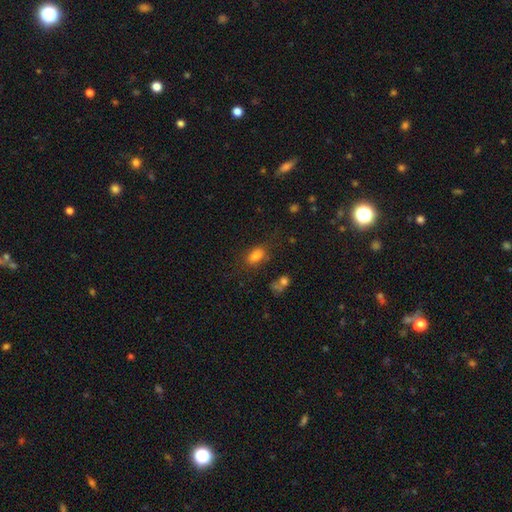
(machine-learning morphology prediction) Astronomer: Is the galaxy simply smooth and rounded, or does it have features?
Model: smooth — 81%.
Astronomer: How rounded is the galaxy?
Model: in between — 84%.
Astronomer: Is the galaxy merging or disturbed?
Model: none — 68%.